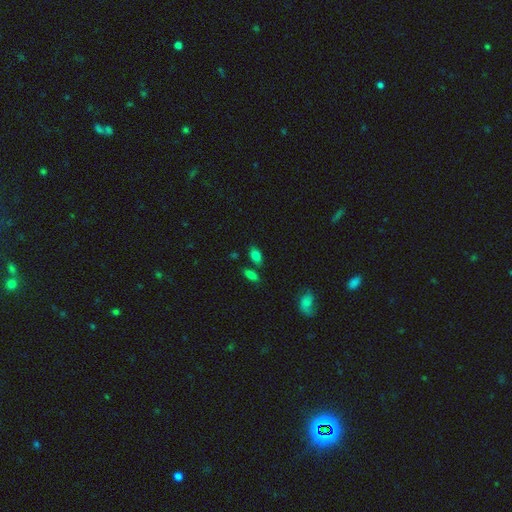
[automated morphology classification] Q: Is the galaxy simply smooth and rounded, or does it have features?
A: smooth — 81%.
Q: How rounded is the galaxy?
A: in between — 88%.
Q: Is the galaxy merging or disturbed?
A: none — 72%.